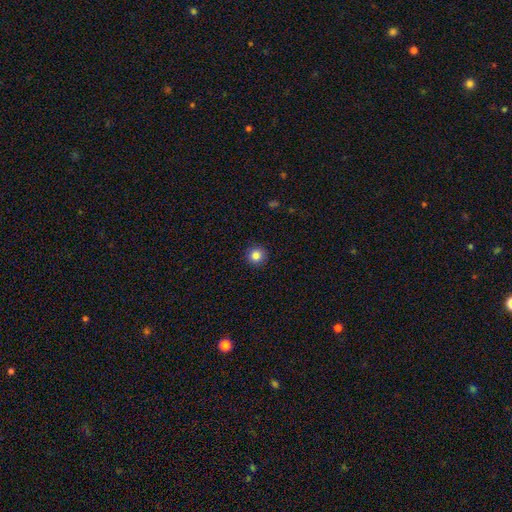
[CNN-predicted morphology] This is clearly a smooth galaxy (84%). How rounded: clearly round (95%). Merging: clearly none (92%).